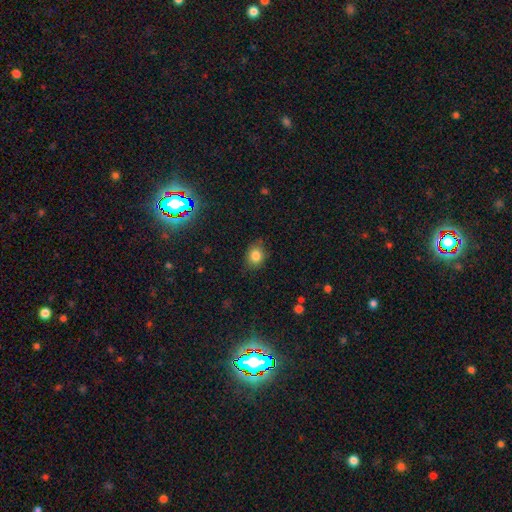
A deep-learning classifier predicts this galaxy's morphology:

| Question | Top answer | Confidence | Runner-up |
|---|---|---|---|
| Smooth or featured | smooth | 83% | star or artifact (10%) |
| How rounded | round | 54% | in between (45%) |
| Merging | none | 81% | minor disturbance (15%) |